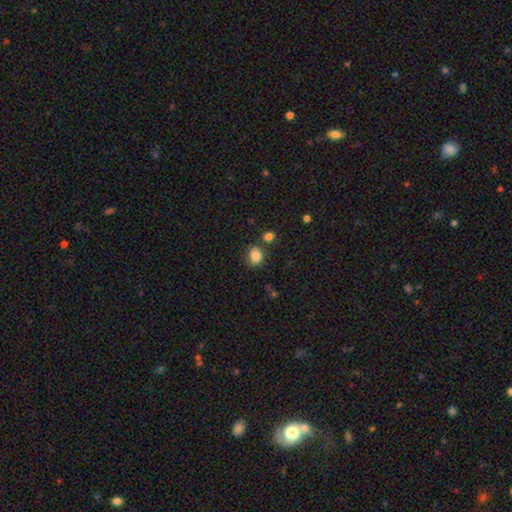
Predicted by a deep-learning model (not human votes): smooth 83%, star or artifact 10%, featured or disk 7%. Down the decision tree: how rounded — in between (49%, tied with round); merging — none (70%).